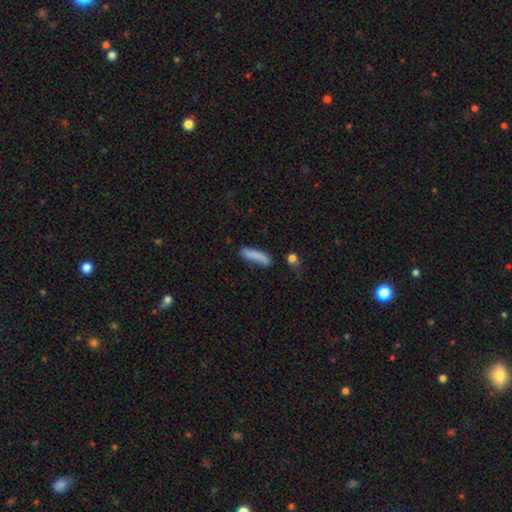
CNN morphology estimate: A smooth galaxy with no disk features (80%) that is cigar-shaped (72%).

Vote fractions:
- Smooth or featured? smooth: 80% / featured or disk: 12% / star or artifact: 7%
- How rounded? cigar-shaped: 72% / in between: 26% / round: 2%
- Merging? none: 58% / minor disturbance: 25% / major disturbance: 10% / merger: 7%